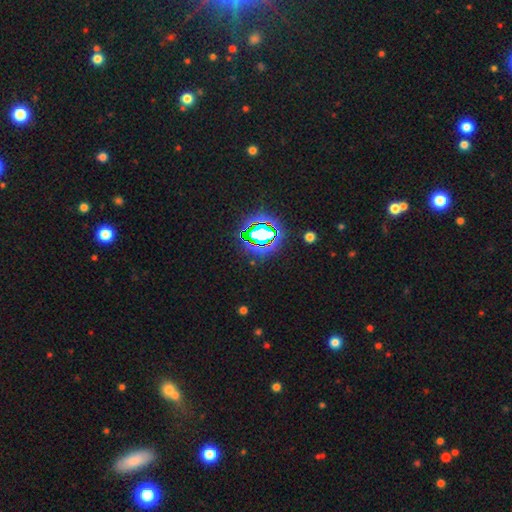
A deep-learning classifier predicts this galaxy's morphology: This appears to be a star or artifact, not a galaxy (80%).